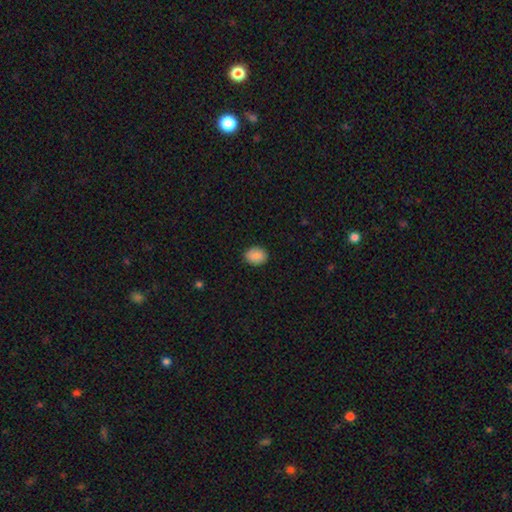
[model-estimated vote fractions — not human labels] smooth-or-featured: smooth: 89% | star or artifact: 7% | featured or disk: 4%
  how-rounded: in between: 51% | round: 48% | cigar-shaped: 1%
  merging: none: 89% | minor disturbance: 8% | major disturbance: 2% | merger: 1%